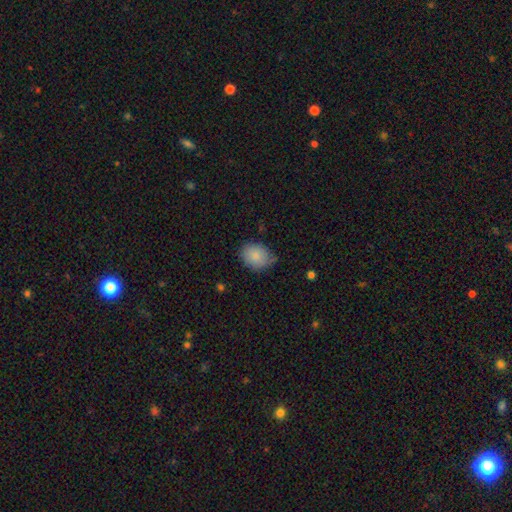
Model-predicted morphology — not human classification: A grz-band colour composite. It shows a smooth galaxy with no disk features (85%) that is in between round and cigar-shaped (59%). Merging: none (67%).